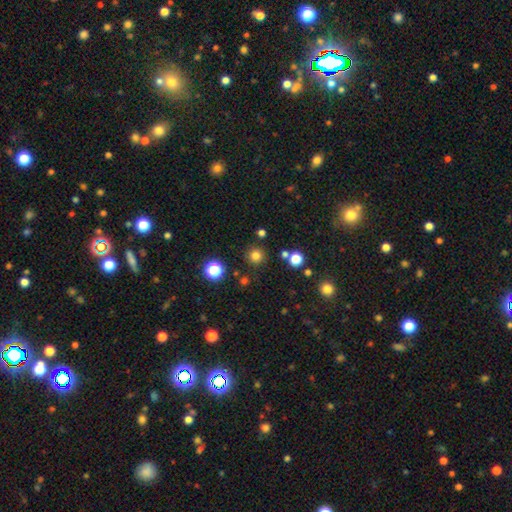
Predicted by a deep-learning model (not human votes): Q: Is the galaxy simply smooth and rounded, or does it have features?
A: smooth — 78%.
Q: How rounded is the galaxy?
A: round — 95%.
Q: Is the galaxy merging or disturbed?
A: none — 88%.